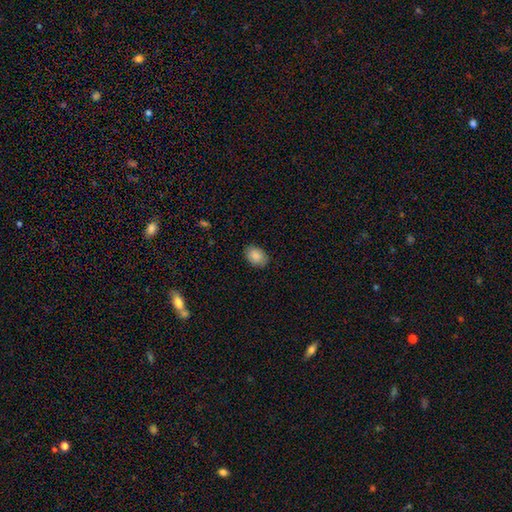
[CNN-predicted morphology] This is clearly a smooth galaxy (88%). How rounded: likely in between (76%). Merging: clearly none (85%).